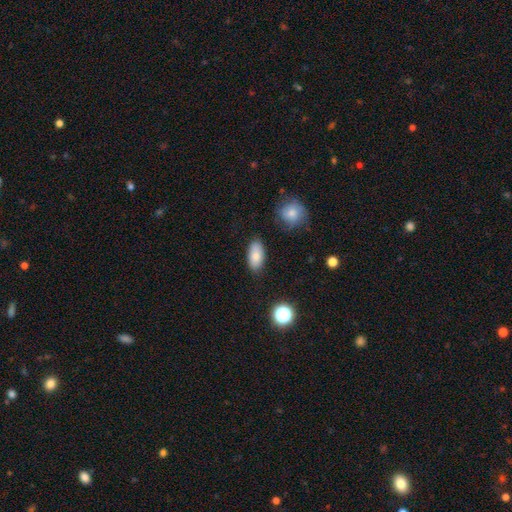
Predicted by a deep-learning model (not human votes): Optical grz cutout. It shows a smooth galaxy with no disk features (83%) that is in between round and cigar-shaped (91%). Merging: none (84%).